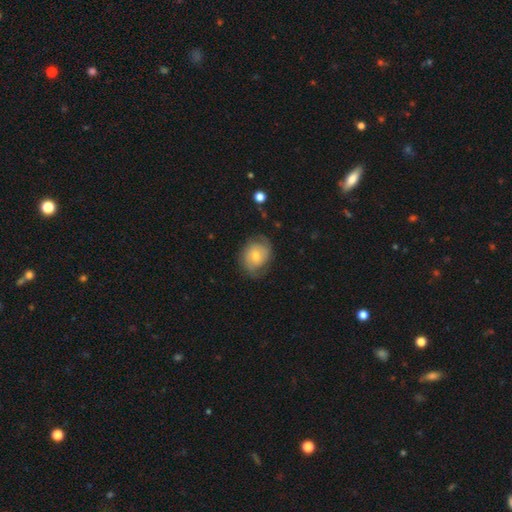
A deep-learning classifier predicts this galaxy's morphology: Overall: smooth (48%; featured or disk 45%). Merging: none (65%).